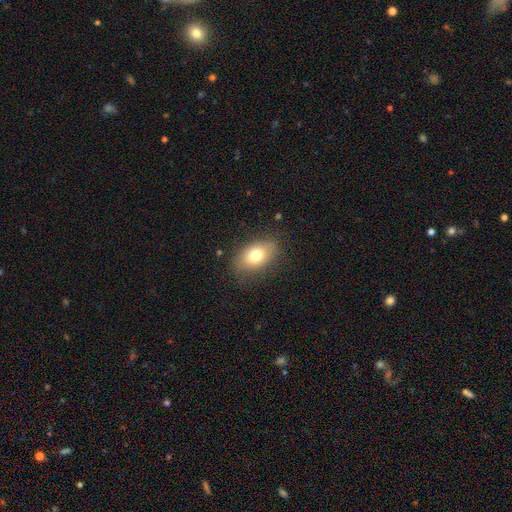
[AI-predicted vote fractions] Morphology: type=smooth (74%); roundness=in between (86%); merging=none (78%).